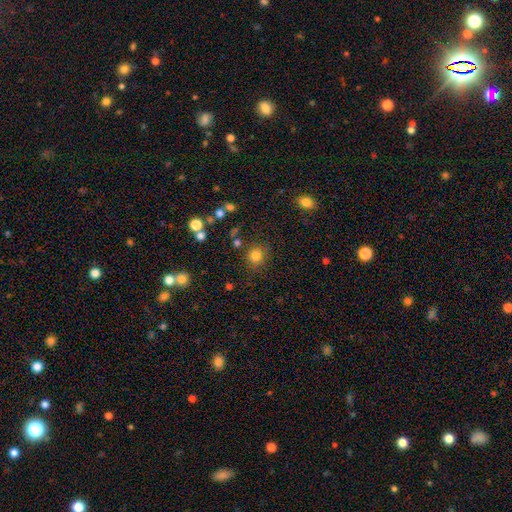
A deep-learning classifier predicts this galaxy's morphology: smooth-or-featured: smooth: 82% | star or artifact: 13% | featured or disk: 5%
  how-rounded: round: 87% | in between: 13% | cigar-shaped: 1%
  merging: none: 81% | minor disturbance: 11% | merger: 4% | major disturbance: 4%